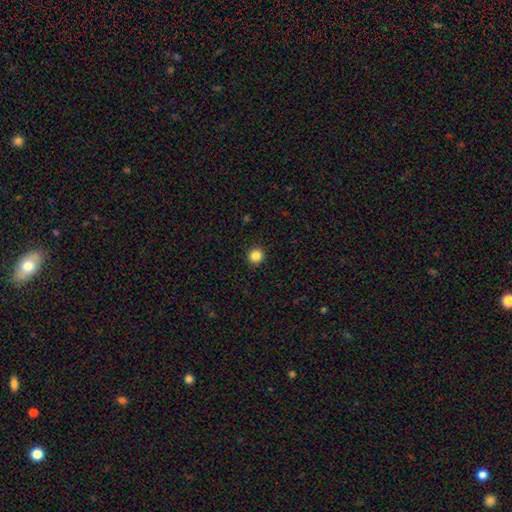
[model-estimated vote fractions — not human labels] A smooth galaxy with no disk features (85%) that is round (96%).

Vote fractions:
- Smooth or featured? smooth: 85% / star or artifact: 11% / featured or disk: 3%
- How rounded? round: 96% / in between: 3% / cigar-shaped: 1%
- Merging? none: 93% / minor disturbance: 4% / major disturbance: 1% / merger: 1%